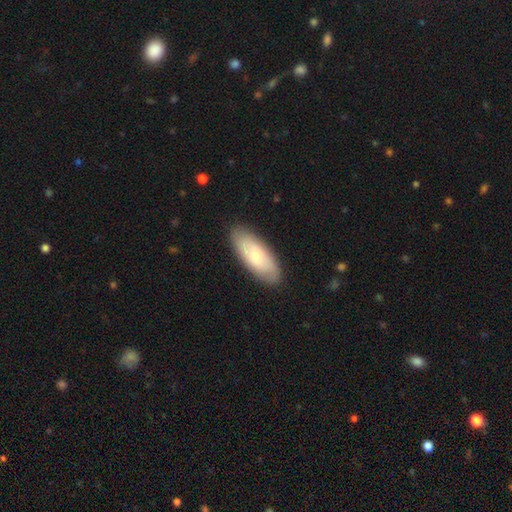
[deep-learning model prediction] Q: Smooth or featured?
A: smooth (62%); runner-up: featured or disk (32%)
Q: How rounded?
A: in between (78%); runner-up: cigar-shaped (20%)
Q: Merging?
A: none (85%); runner-up: minor disturbance (12%)